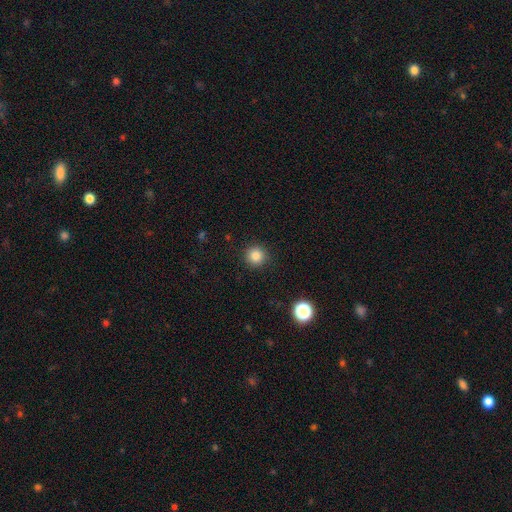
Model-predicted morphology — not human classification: This is clearly a smooth galaxy (84%). How rounded: clearly round (95%). Merging: clearly none (91%).